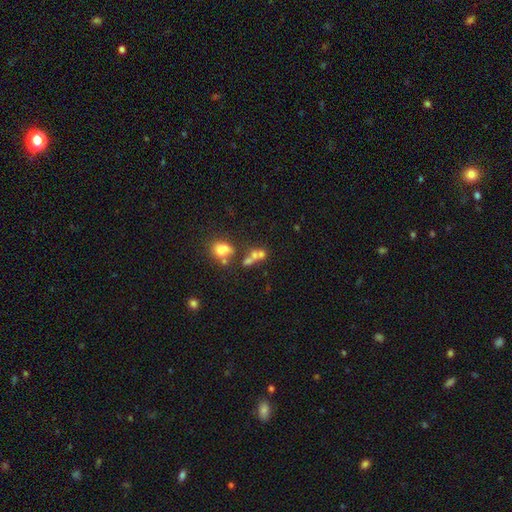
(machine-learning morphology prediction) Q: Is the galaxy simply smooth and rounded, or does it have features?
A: smooth — 53%.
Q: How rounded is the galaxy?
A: round — 52%.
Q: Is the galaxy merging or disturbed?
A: merger — 52%.